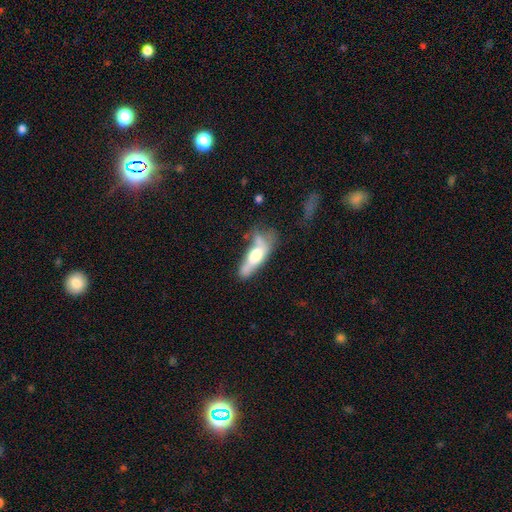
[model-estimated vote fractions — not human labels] Smooth or featured: smooth — 53% (featured or disk — 40%)
How rounded: in between — 50% (cigar-shaped — 47%)
Merging: none — 31% (minor disturbance — 27%)